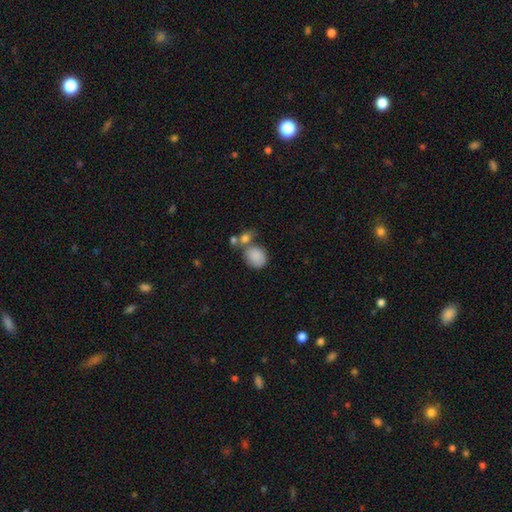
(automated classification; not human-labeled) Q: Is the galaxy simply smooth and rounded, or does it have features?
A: smooth — 86%.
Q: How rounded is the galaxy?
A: round — 54%.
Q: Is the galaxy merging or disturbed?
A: none — 46%.